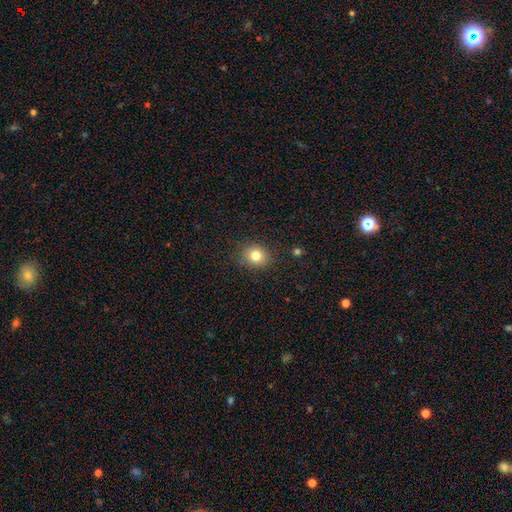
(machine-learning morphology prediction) This is clearly a smooth galaxy (80%). How rounded: likely round (71%). Merging: clearly none (87%).